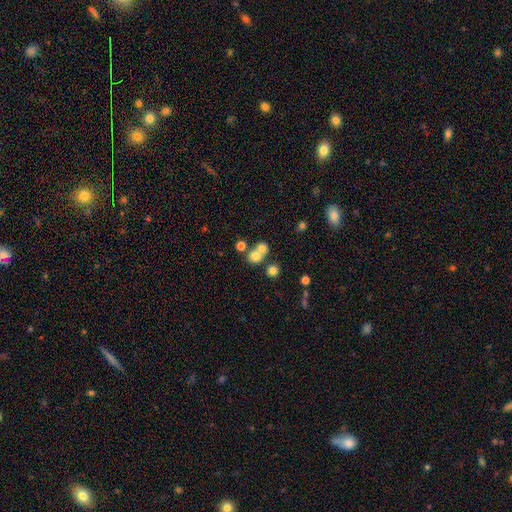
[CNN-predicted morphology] The model was most divided on "merging": merger: 46%, none: 44%, minor disturbance: 6%, major disturbance: 3%. More confident: how rounded — round (83%); smooth or featured — smooth (71%).